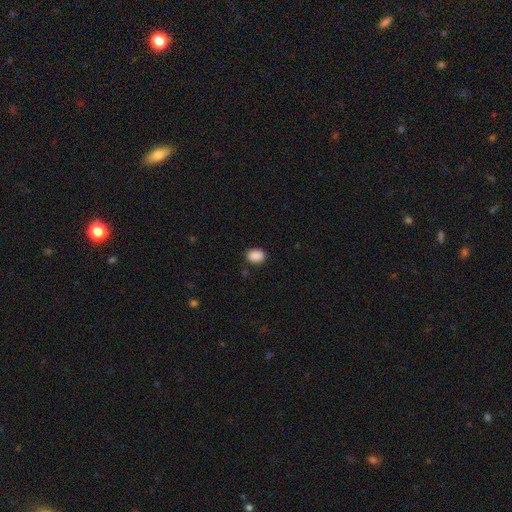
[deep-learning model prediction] Morphology: type=smooth (89%); roundness=in between (73%); merging=none (84%).